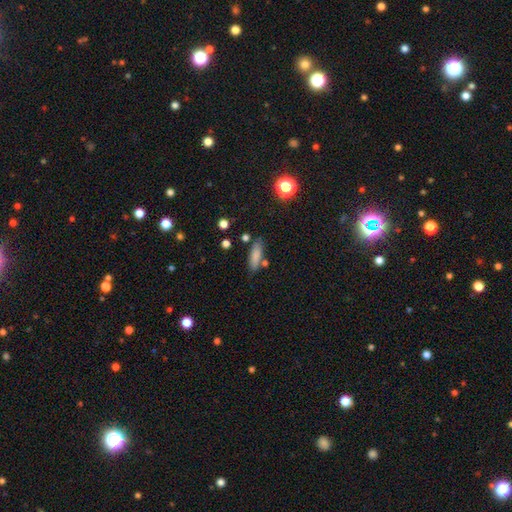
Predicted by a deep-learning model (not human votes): A smooth galaxy with no disk features (81%) that is in between round and cigar-shaped (49%).

Vote fractions:
- Smooth or featured? smooth: 81% / featured or disk: 10% / star or artifact: 9%
- How rounded? in between: 49% / cigar-shaped: 48% / round: 3%
- Merging? none: 74% / minor disturbance: 14% / merger: 8% / major disturbance: 4%